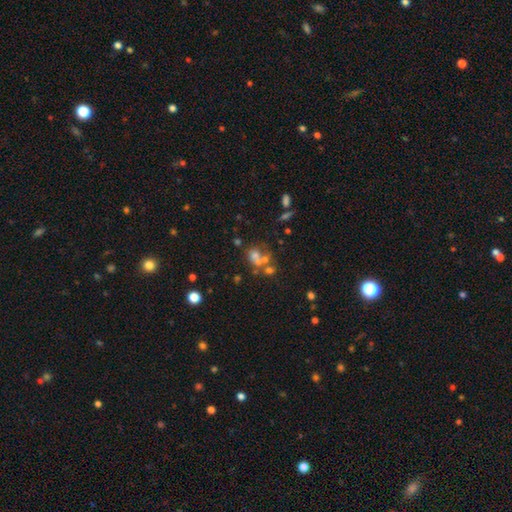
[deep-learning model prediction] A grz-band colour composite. It shows a smooth galaxy with no disk features (48%). Merging: merger (47%).